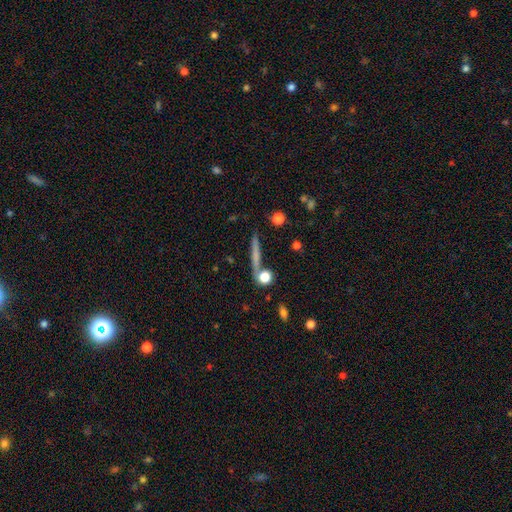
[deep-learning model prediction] This is possibly a smooth galaxy (52%). How rounded: clearly cigar-shaped (81%). Merging: likely none (77%).